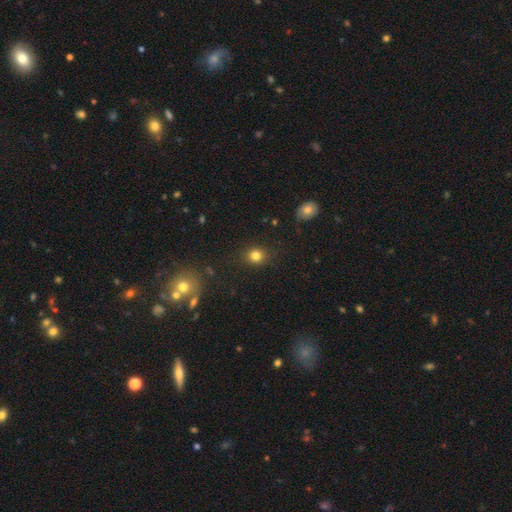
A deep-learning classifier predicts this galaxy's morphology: smooth_or_featured: smooth (p=0.81) [alt: star or artifact p=0.13]
how_rounded: round (p=0.77) [alt: in between p=0.22]
merging: none (p=0.86) [alt: minor disturbance p=0.09]